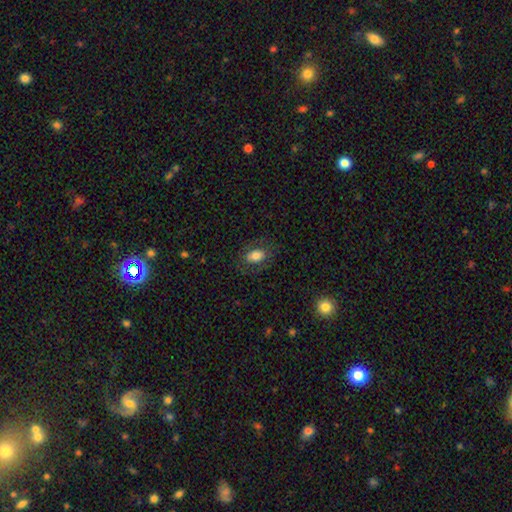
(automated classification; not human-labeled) A smooth galaxy with no disk features (74%) that is in between round and cigar-shaped (86%). Merging: none (77%).